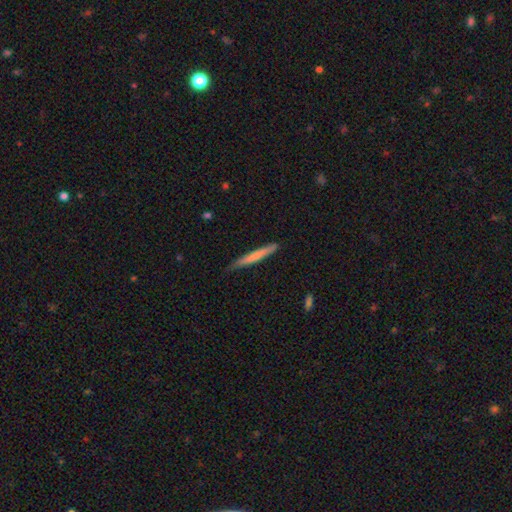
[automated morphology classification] Smooth or featured? Predicted: smooth (p=0.68). How rounded? Predicted: cigar-shaped (p=0.96). Merging? Predicted: none (p=0.80).